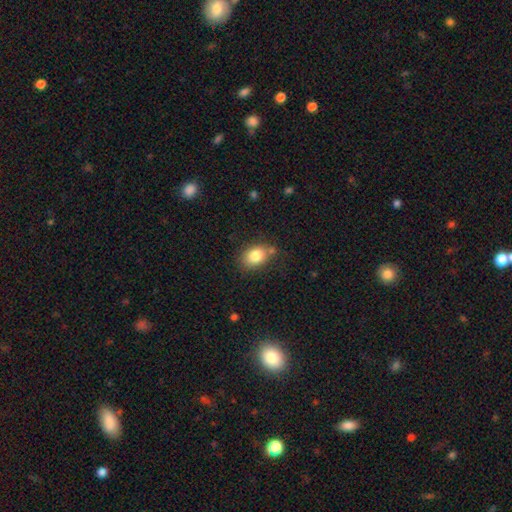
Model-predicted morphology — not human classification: Smooth or featured? smooth (82%)
How rounded? in between (71%)
Merging? none (71%)